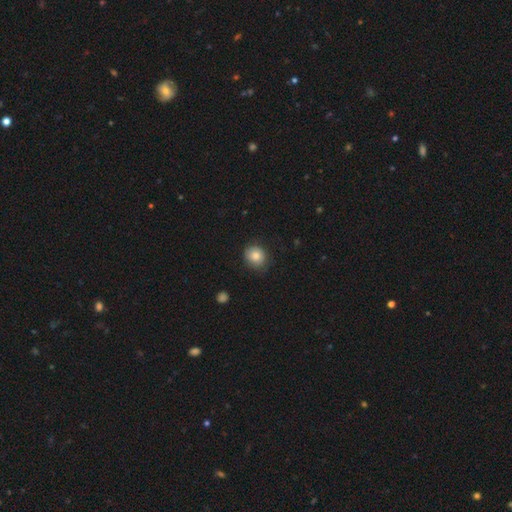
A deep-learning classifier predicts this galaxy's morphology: Smooth or featured?
  - smooth: 84% *
  - star or artifact: 9%
  - featured or disk: 7%
How rounded?
  - round: 79% *
  - in between: 20%
  - cigar-shaped: 1%
Merging?
  - none: 81% *
  - minor disturbance: 15%
  - major disturbance: 3%
  - merger: 1%